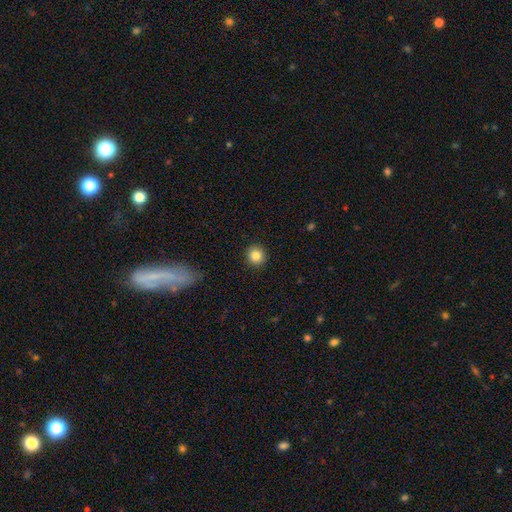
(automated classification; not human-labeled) The model was most divided on "smooth or featured": smooth: 85%, star or artifact: 10%, featured or disk: 5%. More confident: how rounded — round (92%); merging — none (91%).